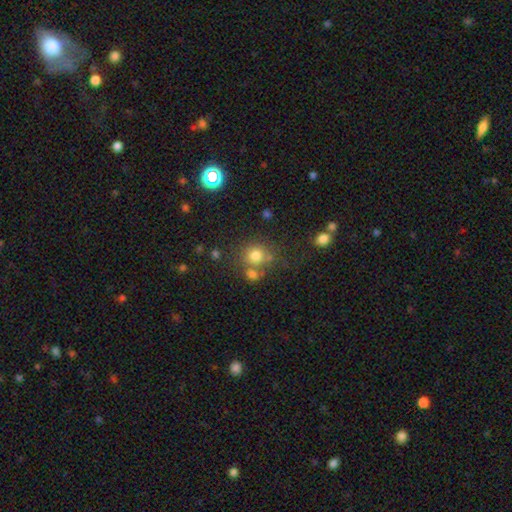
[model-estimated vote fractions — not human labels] This is likely a smooth galaxy (76%). How rounded: clearly round (86%). Merging: possibly none (59%).